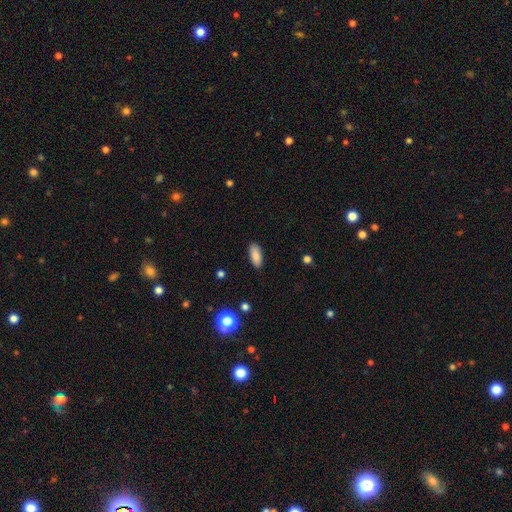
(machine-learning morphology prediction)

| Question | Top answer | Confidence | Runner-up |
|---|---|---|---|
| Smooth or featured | smooth | 84% | star or artifact (8%) |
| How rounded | in between | 84% | cigar-shaped (13%) |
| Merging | none | 88% | minor disturbance (9%) |